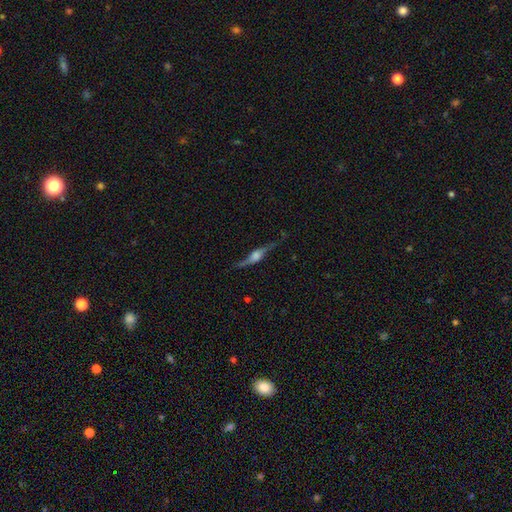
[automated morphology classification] smooth-or-featured: featured or disk: 77% | smooth: 17% | star or artifact: 7%
  disk-edge-on: yes: 85% | no: 15%
    edge-on-bulge: rounded: 81% | boxy: 15% | none: 3%
  merging: none: 70% | minor disturbance: 20% | major disturbance: 8% | merger: 2%